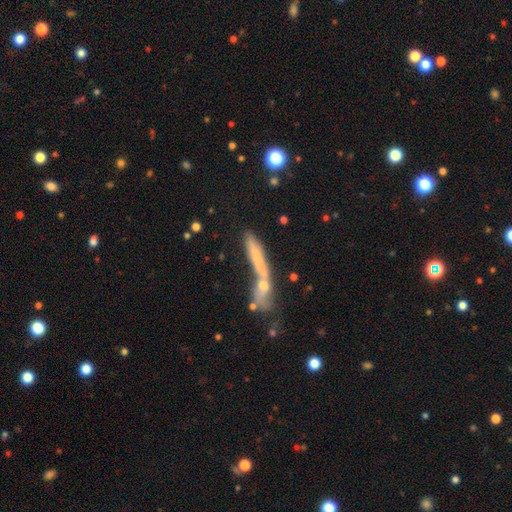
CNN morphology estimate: smooth-or-featured: smooth: 62% | featured or disk: 30% | star or artifact: 8%
  how-rounded: cigar-shaped: 80% | in between: 16% | round: 4%
  merging: merger: 50% | none: 31% | minor disturbance: 11% | major disturbance: 8%